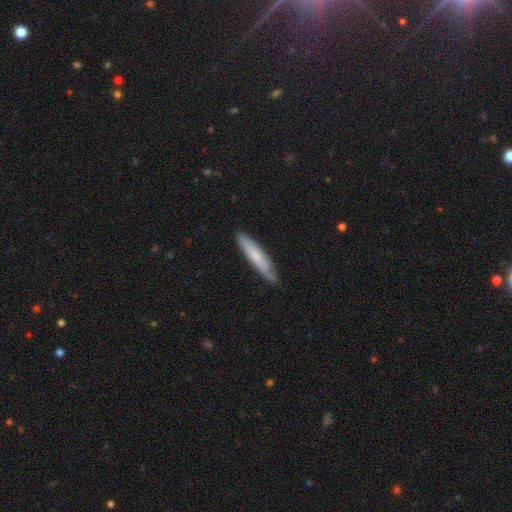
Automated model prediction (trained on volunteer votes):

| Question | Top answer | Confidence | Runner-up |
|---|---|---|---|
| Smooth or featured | smooth | 60% | featured or disk (34%) |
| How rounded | cigar-shaped | 87% | in between (12%) |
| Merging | none | 77% | minor disturbance (18%) |